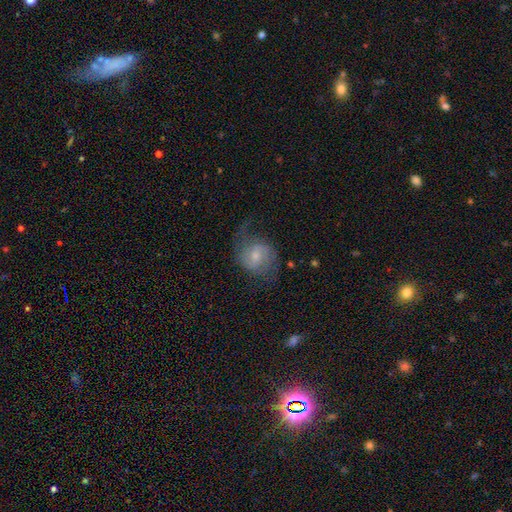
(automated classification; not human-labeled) Smooth or featured?
  - featured or disk: 65% *
  - smooth: 27%
  - star or artifact: 8%
Edge-on disk?
  - no: 97% *
  - yes: 3%
Bar?
  - no: 49% *
  - weak: 43%
  - strong: 8%
Spiral arms?
  - yes: 89% *
  - no: 11%
Spiral winding?
  - loose: 43% *
  - medium: 42%
  - tight: 15%
Spiral arm count?
  - 2: 81% *
  - can't tell: 8%
  - 1: 7%
  - 3: 2%
  - 4: 1%
  - more than 4: 1%
Bulge size?
  - small: 47% *
  - moderate: 43%
  - none: 5%
  - large: 4%
  - dominant: 1%
Merging?
  - none: 55% *
  - minor disturbance: 22%
  - major disturbance: 22%
  - merger: 2%